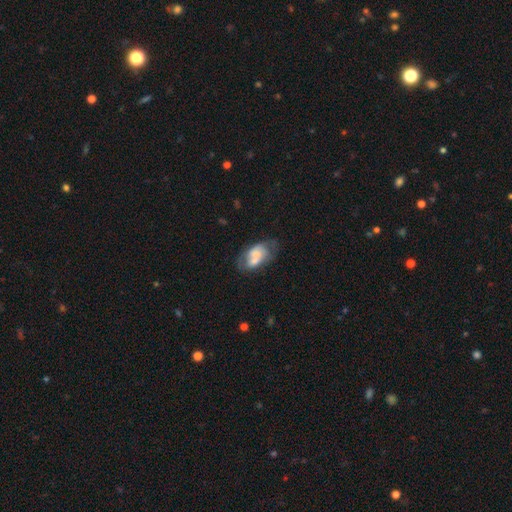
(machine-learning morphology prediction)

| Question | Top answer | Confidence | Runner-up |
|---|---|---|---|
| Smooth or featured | smooth | 49% | featured or disk (44%) |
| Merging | merger | 40% | none (30%) |